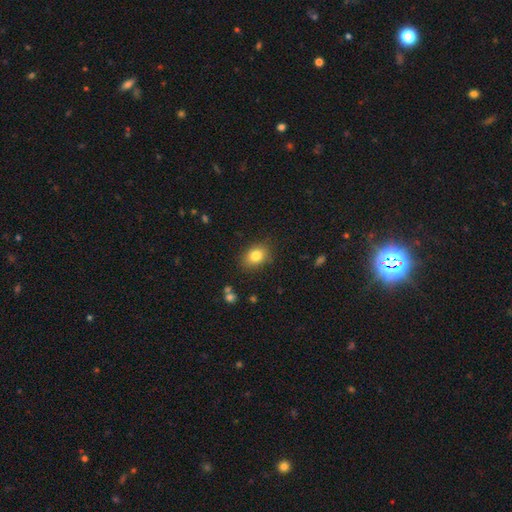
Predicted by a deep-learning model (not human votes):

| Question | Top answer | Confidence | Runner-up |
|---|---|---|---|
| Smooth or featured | smooth | 83% | star or artifact (10%) |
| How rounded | in between | 64% | round (35%) |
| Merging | none | 84% | minor disturbance (12%) |